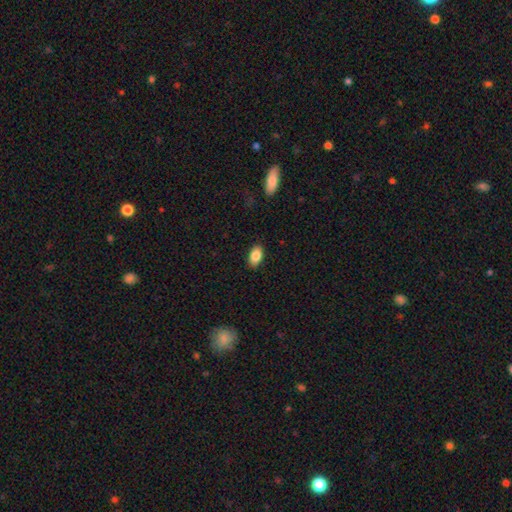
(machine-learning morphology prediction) Smooth or featured: smooth — 87% (star or artifact — 7%)
How rounded: in between — 92% (round — 6%)
Merging: none — 88% (minor disturbance — 9%)